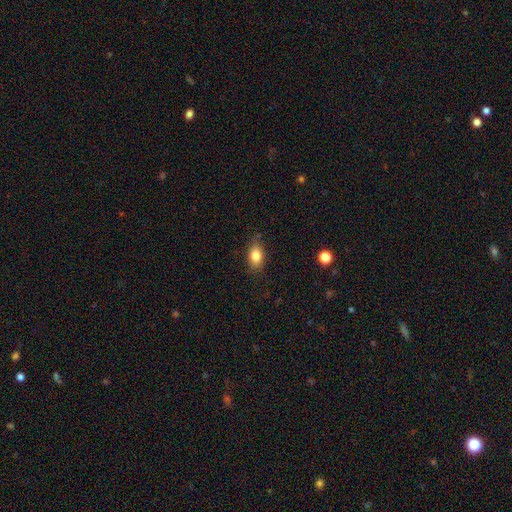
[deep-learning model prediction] smooth-or-featured: smooth: 82% | featured or disk: 9% | star or artifact: 9%
  how-rounded: in between: 83% | round: 15% | cigar-shaped: 3%
  merging: none: 78% | minor disturbance: 18% | major disturbance: 3% | merger: 1%